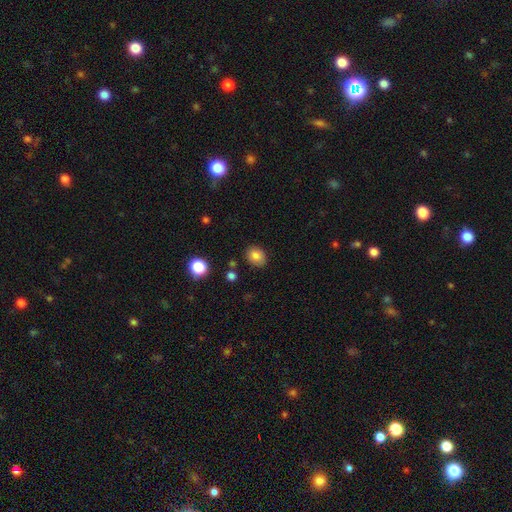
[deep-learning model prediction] A smooth galaxy with no disk features (82%) that is round (51%).

Vote fractions:
- Smooth or featured? smooth: 82% / star or artifact: 11% / featured or disk: 7%
- How rounded? round: 51% / in between: 48% / cigar-shaped: 1%
- Merging? none: 82% / minor disturbance: 12% / major disturbance: 3% / merger: 3%